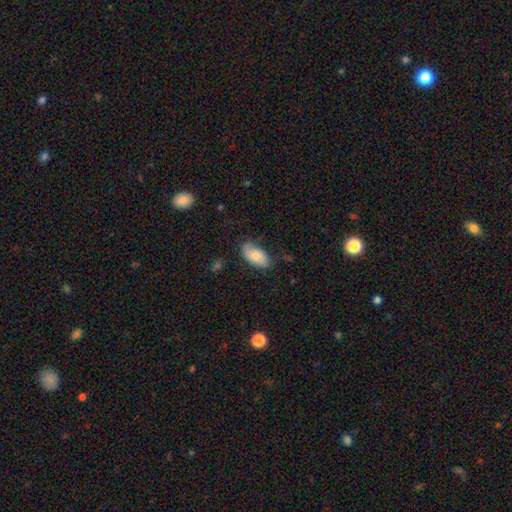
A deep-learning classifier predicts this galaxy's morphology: Smooth or featured: smooth — 74% (featured or disk — 19%)
How rounded: in between — 94% (round — 3%)
Merging: none — 64% (minor disturbance — 27%)